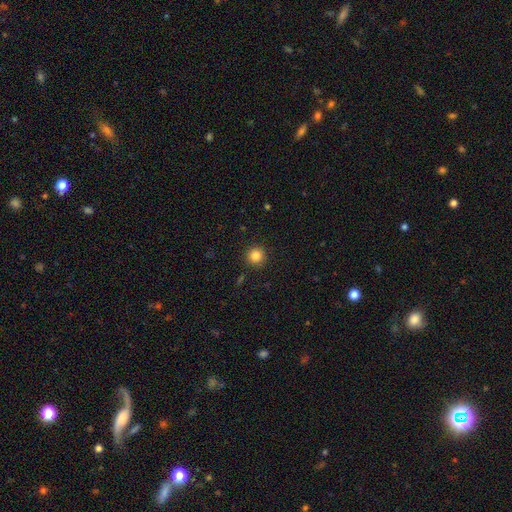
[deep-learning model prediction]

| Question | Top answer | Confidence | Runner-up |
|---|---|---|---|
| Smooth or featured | smooth | 83% | star or artifact (12%) |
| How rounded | round | 95% | in between (4%) |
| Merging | none | 91% | minor disturbance (6%) |